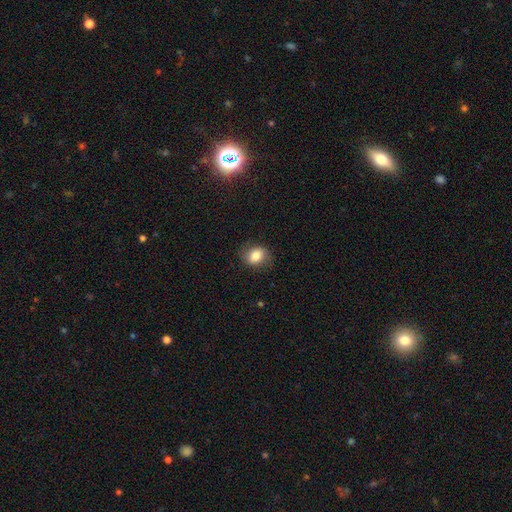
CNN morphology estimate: The model was most divided on "how rounded": round: 51%, in between: 47%, cigar-shaped: 1%. More confident: smooth or featured — smooth (81%); merging — none (78%).